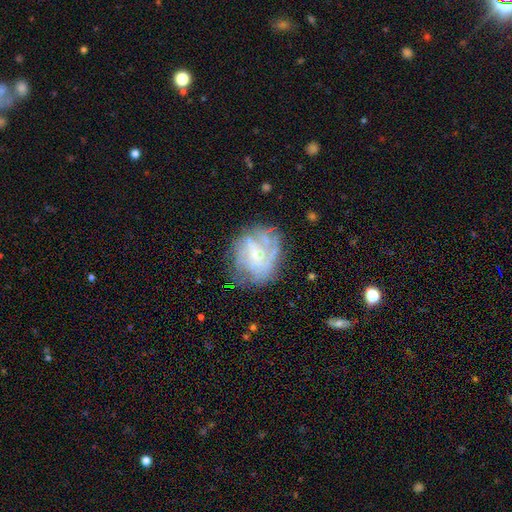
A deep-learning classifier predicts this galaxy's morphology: type=featured or disk (67%); edge-on=no (97%); bar=no (58%); spiral arms=yes (70%); bulge=small (46%); merging=none (63%).